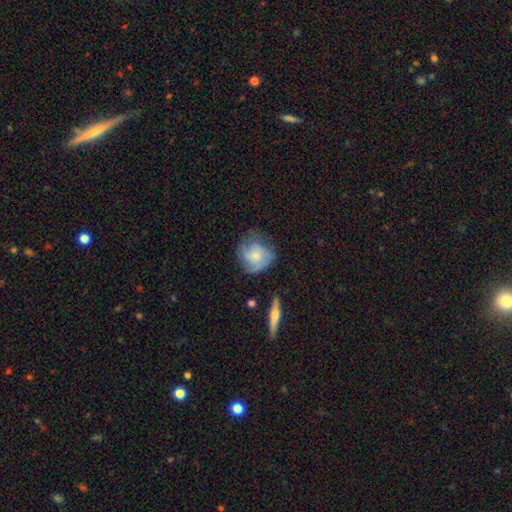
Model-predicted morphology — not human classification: Q: Smooth or featured?
A: featured or disk (48%); runner-up: smooth (45%)
Q: Merging?
A: none (52%); runner-up: minor disturbance (28%)